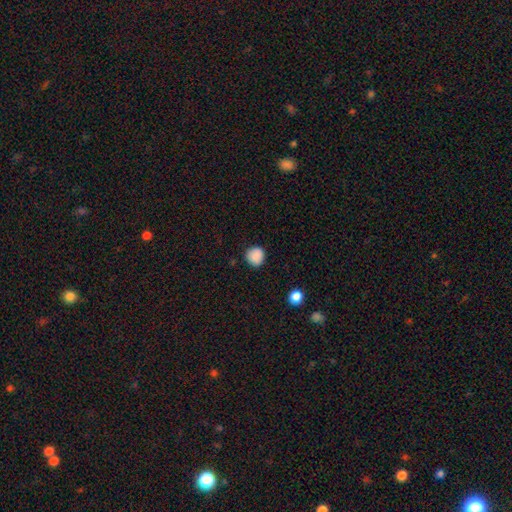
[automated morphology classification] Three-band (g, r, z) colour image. It shows a smooth galaxy with no disk features (88%) that is round (90%). Merging: none (86%).